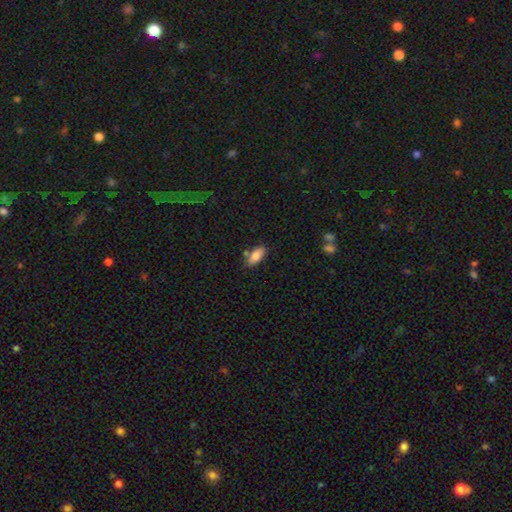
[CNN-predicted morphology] type=smooth (85%); roundness=in between (87%); merging=none (75%).